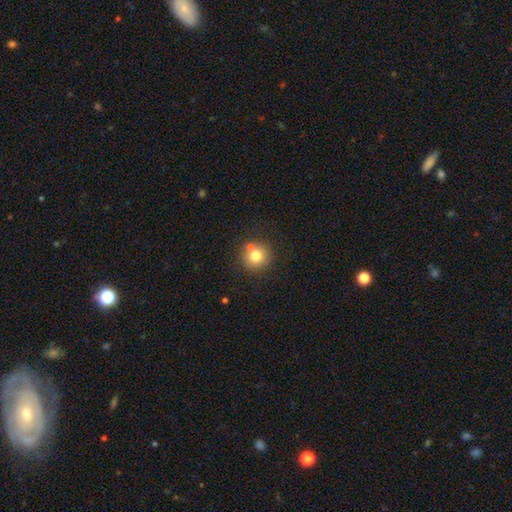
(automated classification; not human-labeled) The model was most divided on "merging": none: 72%, merger: 16%, minor disturbance: 9%, major disturbance: 3%. More confident: how rounded — round (92%); smooth or featured — smooth (76%).